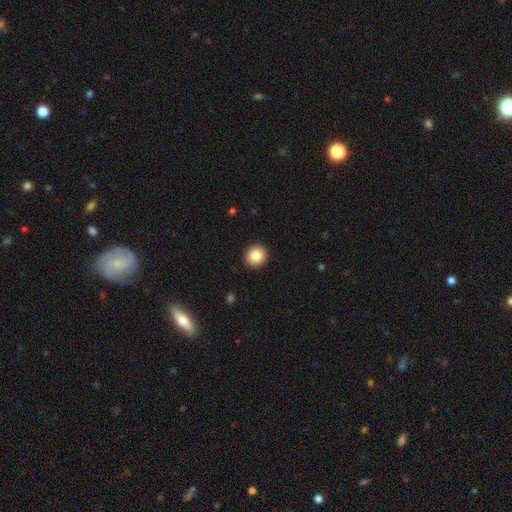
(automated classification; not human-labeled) Overall: smooth (85%). How rounded: round (90%). Merging: none (92%).